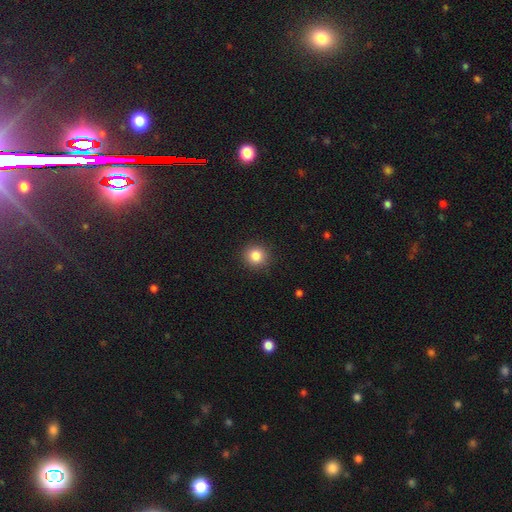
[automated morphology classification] Overall: smooth (84%). How rounded: round (91%). Merging: none (91%).